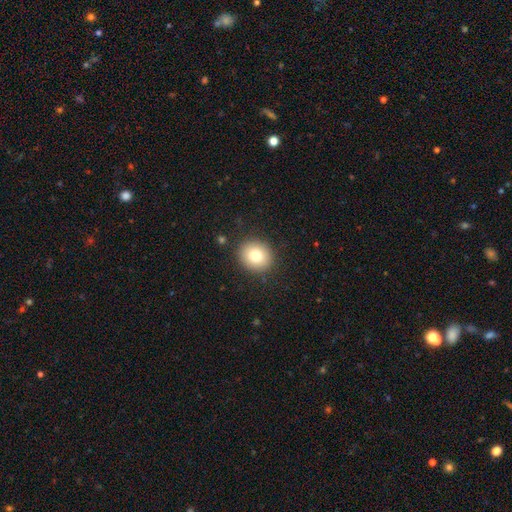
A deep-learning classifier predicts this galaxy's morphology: This is likely a smooth galaxy (78%). How rounded: clearly round (83%). Merging: clearly none (89%).